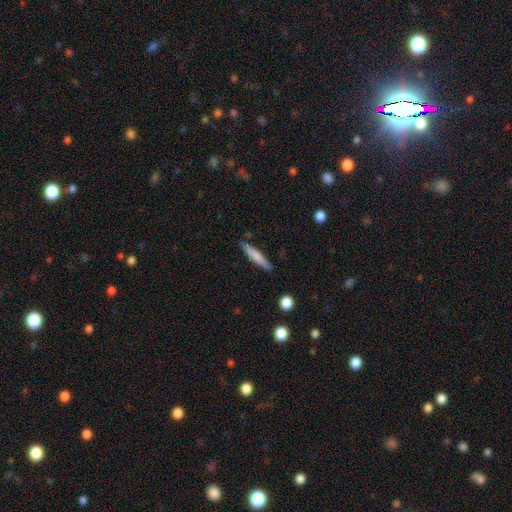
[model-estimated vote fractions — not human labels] Smooth or featured? Predicted: smooth (p=0.70). How rounded? Predicted: cigar-shaped (p=0.92). Merging? Predicted: none (p=0.86).